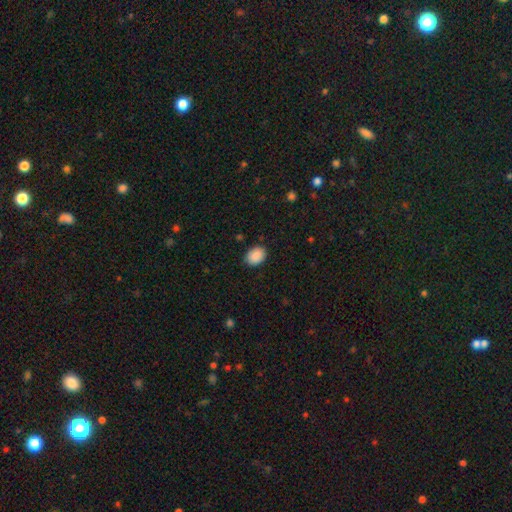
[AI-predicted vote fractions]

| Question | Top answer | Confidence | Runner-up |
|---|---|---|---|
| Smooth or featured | smooth | 90% | star or artifact (7%) |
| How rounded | in between | 66% | round (33%) |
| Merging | none | 87% | minor disturbance (10%) |